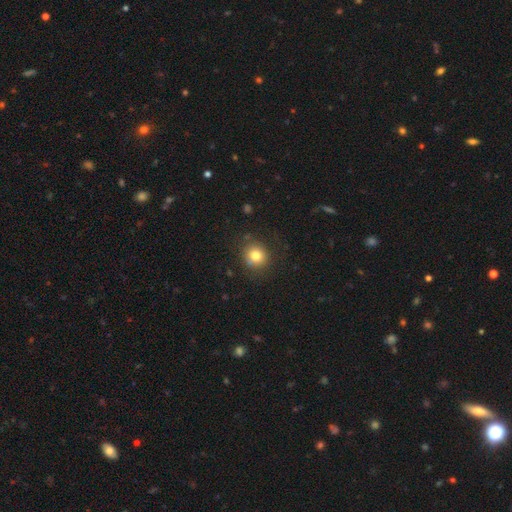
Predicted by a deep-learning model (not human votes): smooth_or_featured: smooth (p=0.79) [alt: star or artifact p=0.12]
how_rounded: round (p=0.86) [alt: in between p=0.13]
merging: none (p=0.83) [alt: minor disturbance p=0.11]